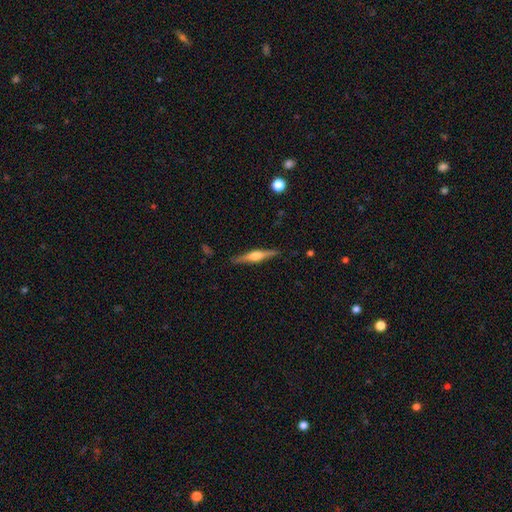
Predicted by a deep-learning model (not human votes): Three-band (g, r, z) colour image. It shows a featured or disk galaxy (71%) viewed edge-on (98%) with a rounded central bulge (88%). Merging: none (89%).